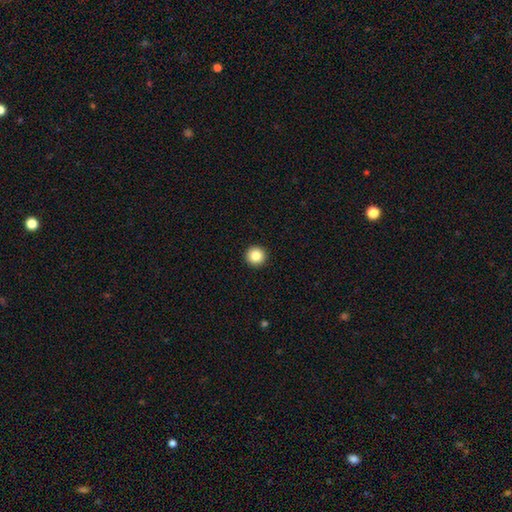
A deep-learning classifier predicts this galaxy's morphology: Q: Smooth or featured?
A: smooth (85%); runner-up: star or artifact (10%)
Q: How rounded?
A: round (97%); runner-up: in between (2%)
Q: Merging?
A: none (94%); runner-up: minor disturbance (4%)